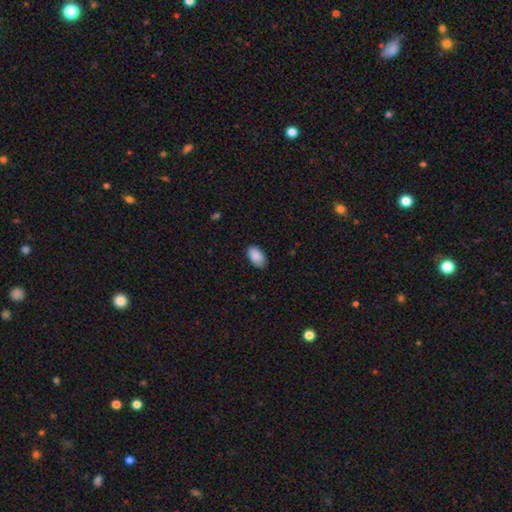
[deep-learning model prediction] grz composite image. It shows a smooth galaxy with no disk features (90%) that is in between round and cigar-shaped (95%). Merging: none (85%).